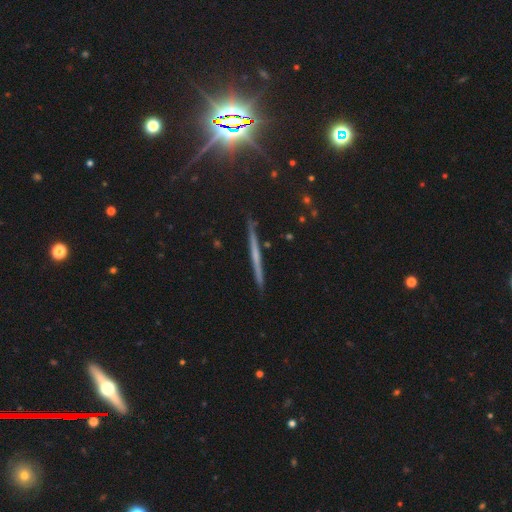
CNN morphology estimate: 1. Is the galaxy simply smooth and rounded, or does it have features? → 61% featured or disk, 28% smooth, 11% star or artifact.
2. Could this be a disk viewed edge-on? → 98% yes, 2% no.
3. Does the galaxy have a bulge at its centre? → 71% none, 22% rounded, 7% boxy.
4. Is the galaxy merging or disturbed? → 90% none, 7% minor disturbance, 1% merger, 1% major disturbance.